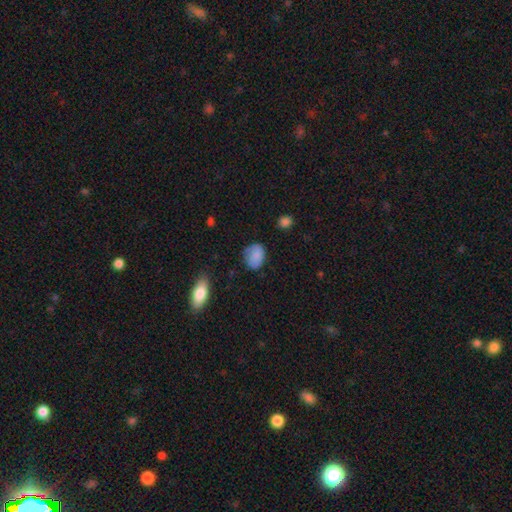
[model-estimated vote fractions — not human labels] This appears to be a smooth galaxy with no disk features (82%) that is in between round and cigar-shaped (64%). Merging: none (65%).